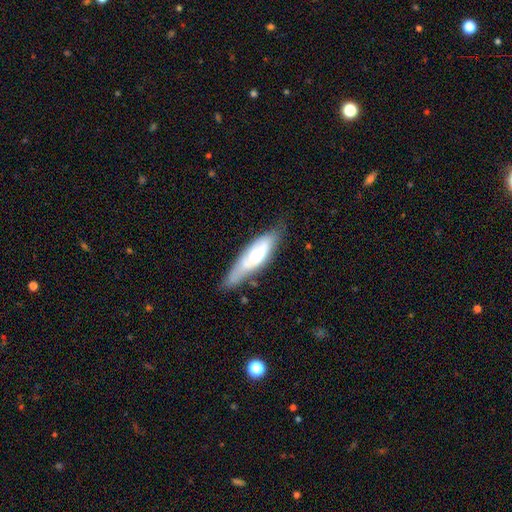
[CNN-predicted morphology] Smooth or featured: smooth — 49% (featured or disk — 44%)
Merging: none — 58% (minor disturbance — 29%)